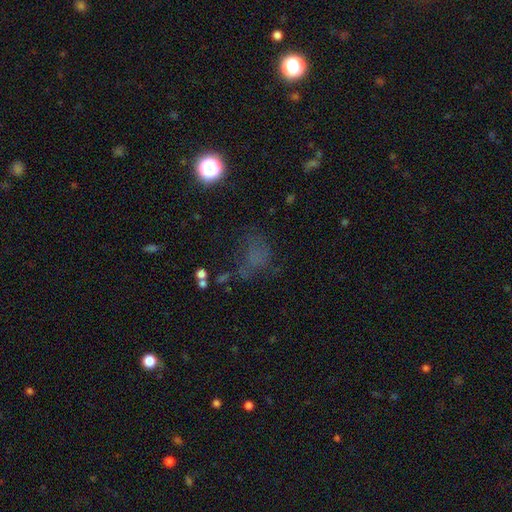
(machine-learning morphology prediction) smooth-or-featured: smooth: 43% | star or artifact: 33% | featured or disk: 23%
  merging: none: 46% | major disturbance: 28% | minor disturbance: 20% | merger: 5%